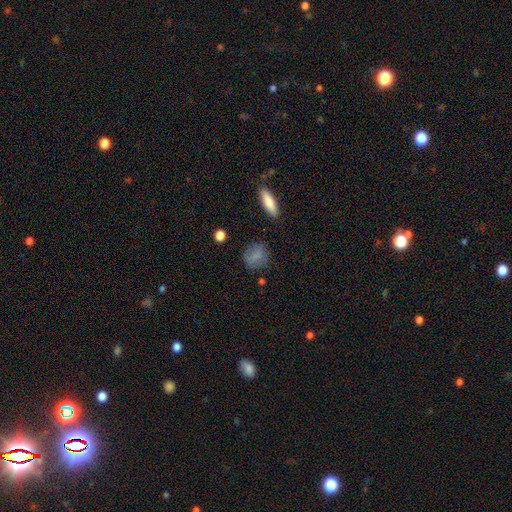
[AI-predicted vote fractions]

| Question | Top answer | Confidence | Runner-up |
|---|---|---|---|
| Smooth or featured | smooth | 79% | featured or disk (12%) |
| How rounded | round | 59% | in between (38%) |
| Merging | none | 73% | minor disturbance (18%) |